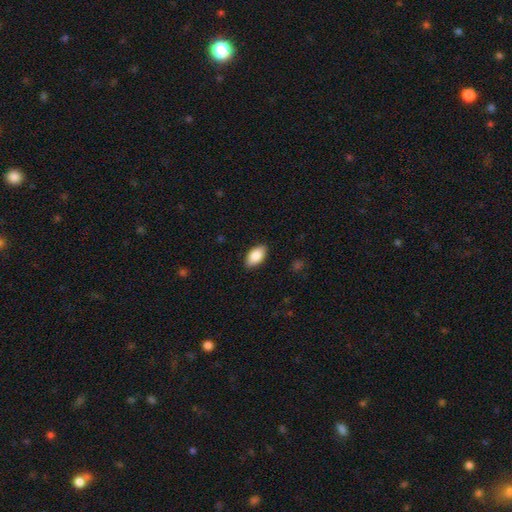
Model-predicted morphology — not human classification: Smooth or featured? Predicted: smooth (p=0.86). How rounded? Predicted: in between (p=0.93). Merging? Predicted: none (p=0.89).